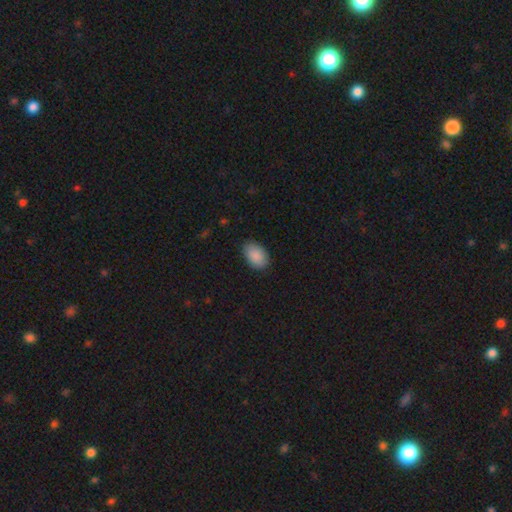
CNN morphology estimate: smooth 90%, star or artifact 6%, featured or disk 4%. Down the decision tree: how rounded — in between (90%); merging — none (85%).